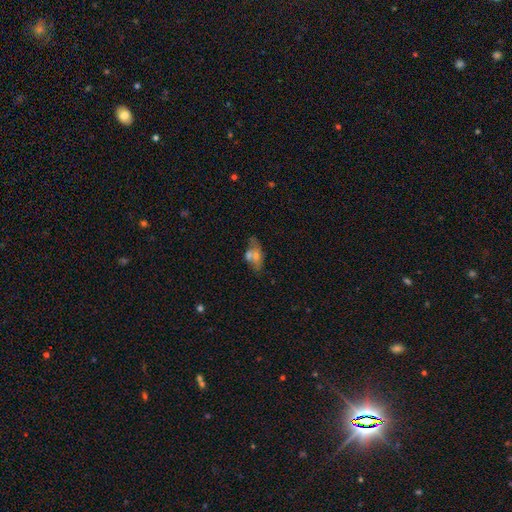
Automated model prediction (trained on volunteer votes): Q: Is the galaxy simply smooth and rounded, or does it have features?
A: smooth — 44%.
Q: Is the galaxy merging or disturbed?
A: none — 45%.